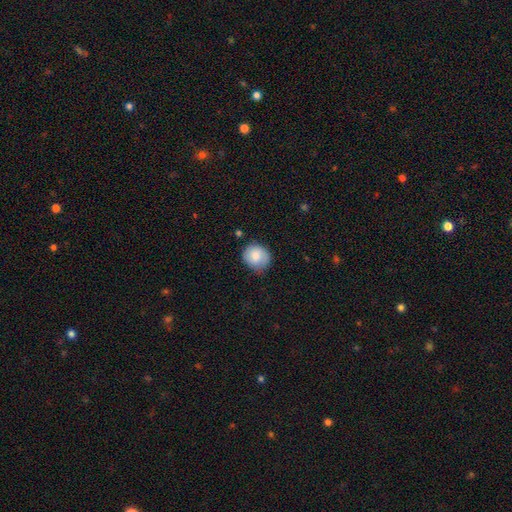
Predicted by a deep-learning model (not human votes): A smooth galaxy with no disk features (80%) that is round (78%). Merging: none (67%).